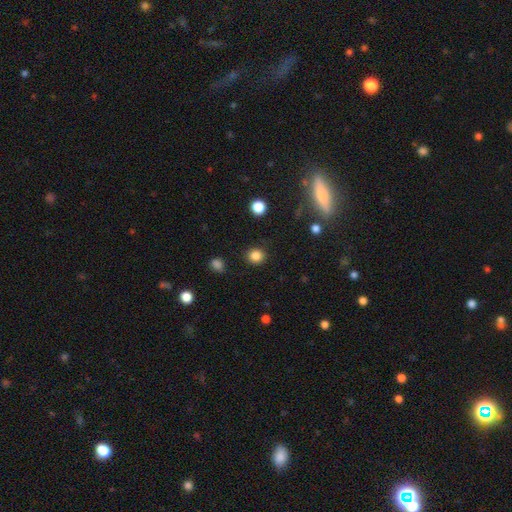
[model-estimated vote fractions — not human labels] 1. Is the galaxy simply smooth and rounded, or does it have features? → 85% smooth, 12% star or artifact, 4% featured or disk.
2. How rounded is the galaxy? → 88% round, 11% in between, 1% cigar-shaped.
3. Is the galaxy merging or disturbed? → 89% none, 7% minor disturbance, 3% major disturbance, 2% merger.